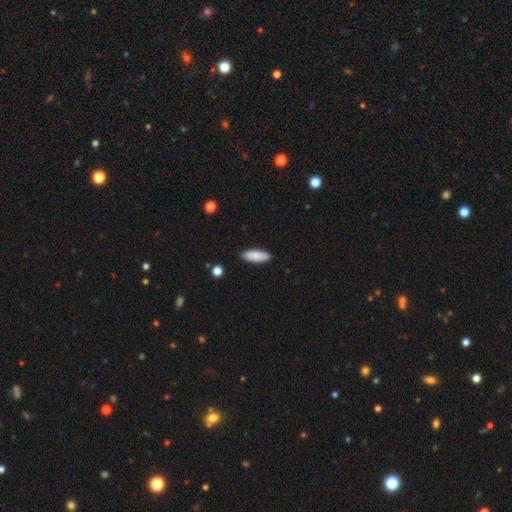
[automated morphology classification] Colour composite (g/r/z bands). It shows a smooth galaxy with no disk features (88%) that is in between round and cigar-shaped (66%). Merging: none (88%).